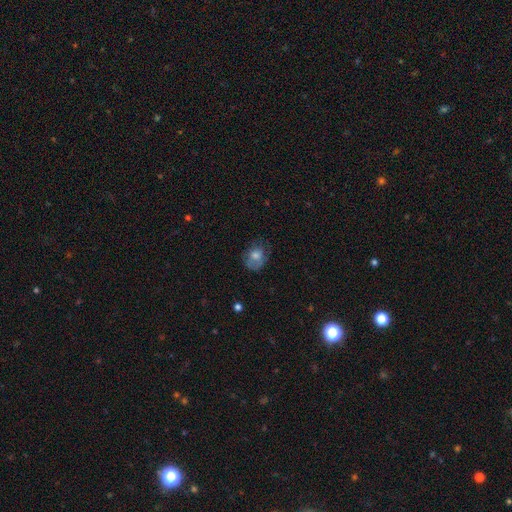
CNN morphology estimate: The model was most divided on "how rounded": round: 56%, in between: 43%, cigar-shaped: 1%. More confident: smooth or featured — smooth (64%); merging — none (54%).